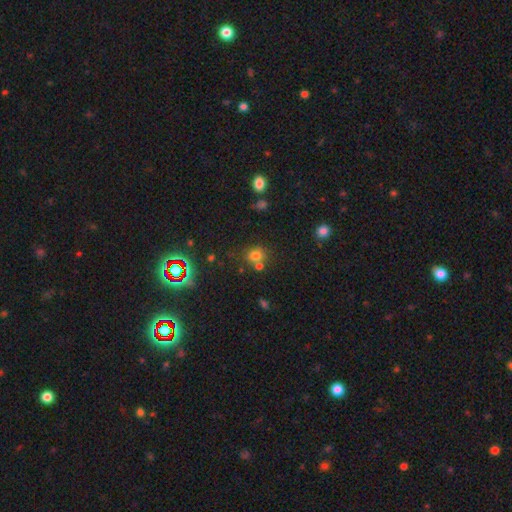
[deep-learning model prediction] smooth-or-featured: smooth: 68% | star or artifact: 23% | featured or disk: 10%
  how-rounded: round: 72% | in between: 27% | cigar-shaped: 1%
  merging: none: 58% | merger: 26% | minor disturbance: 12% | major disturbance: 5%